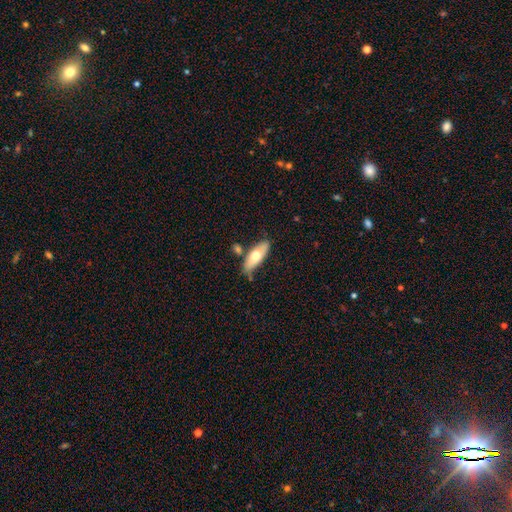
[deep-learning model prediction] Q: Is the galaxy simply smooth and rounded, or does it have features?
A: smooth — 61%.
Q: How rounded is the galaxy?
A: in between — 73%.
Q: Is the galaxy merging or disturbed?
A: none — 64%.